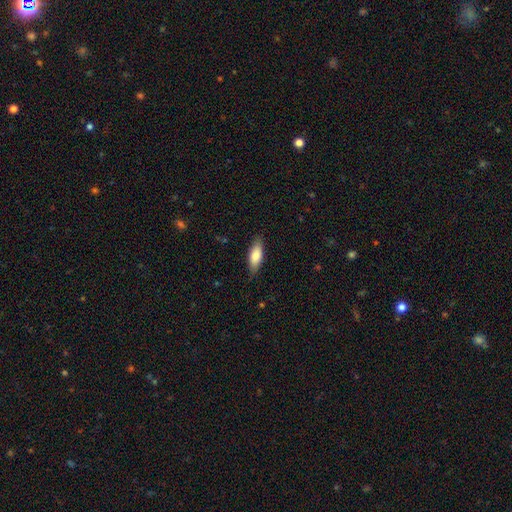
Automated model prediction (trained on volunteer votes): This appears to be a smooth galaxy with no disk features (80%) that is in between round and cigar-shaped (71%). Merging: none (81%).